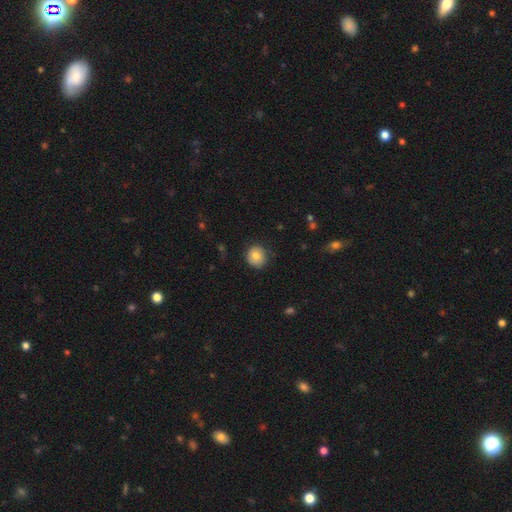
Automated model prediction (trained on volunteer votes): smooth-or-featured: smooth: 77% | featured or disk: 15% | star or artifact: 9%
  how-rounded: round: 86% | in between: 13% | cigar-shaped: 1%
  merging: none: 79% | minor disturbance: 16% | major disturbance: 4% | merger: 1%